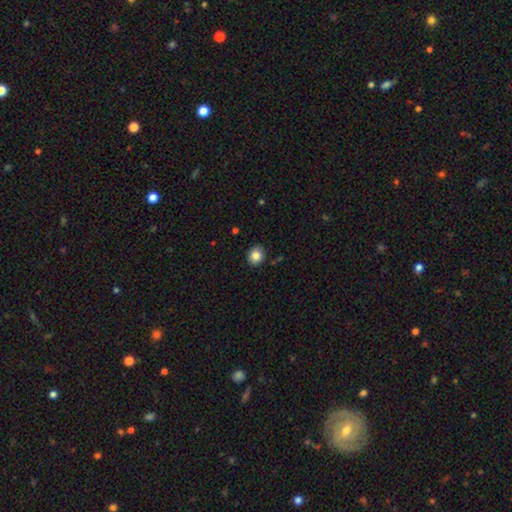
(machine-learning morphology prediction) A smooth galaxy with no disk features (83%) that is round (70%). Merging: none (89%).